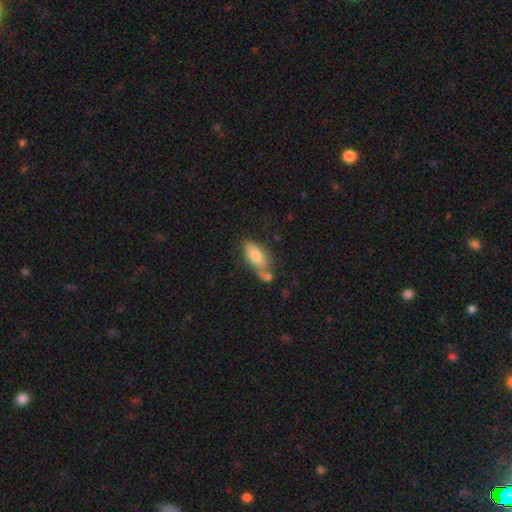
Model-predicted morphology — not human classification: Smooth or featured? Predicted: smooth (p=0.72). How rounded? Predicted: in between (p=0.84). Merging? Predicted: none (p=0.46).